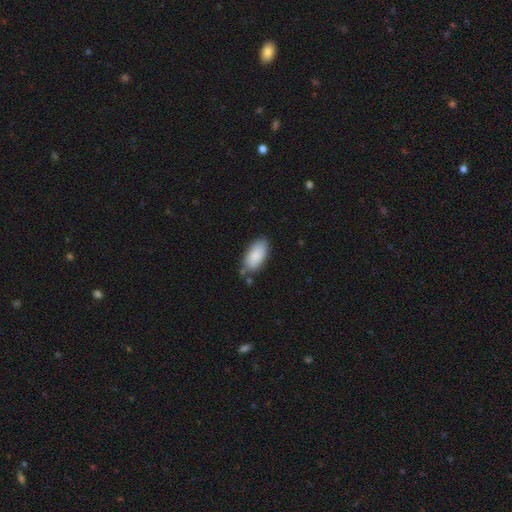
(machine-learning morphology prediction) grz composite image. It shows a smooth galaxy with no disk features (83%) that is in between round and cigar-shaped (93%). Merging: none (71%).